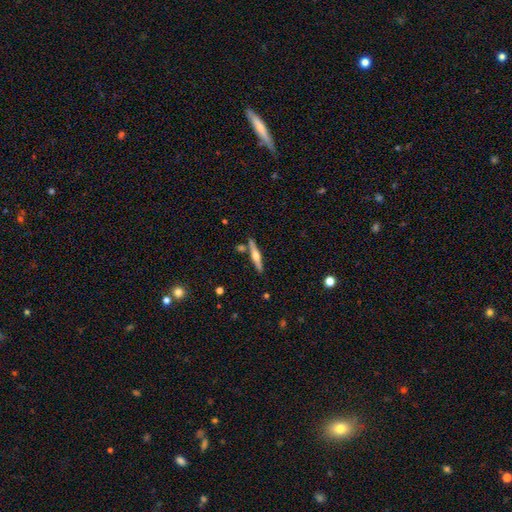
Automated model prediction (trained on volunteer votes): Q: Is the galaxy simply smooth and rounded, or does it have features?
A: featured or disk — 67%.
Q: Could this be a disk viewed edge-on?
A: yes — 97%.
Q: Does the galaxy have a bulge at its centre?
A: rounded — 93%.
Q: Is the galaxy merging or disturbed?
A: none — 83%.